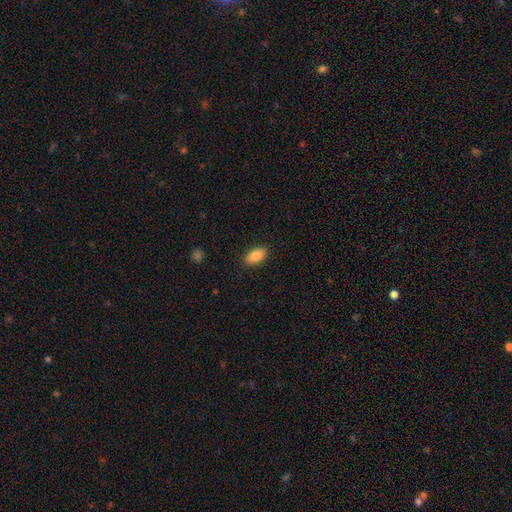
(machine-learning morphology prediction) A smooth galaxy with no disk features (85%) that is in between round and cigar-shaped (92%). Merging: none (88%).